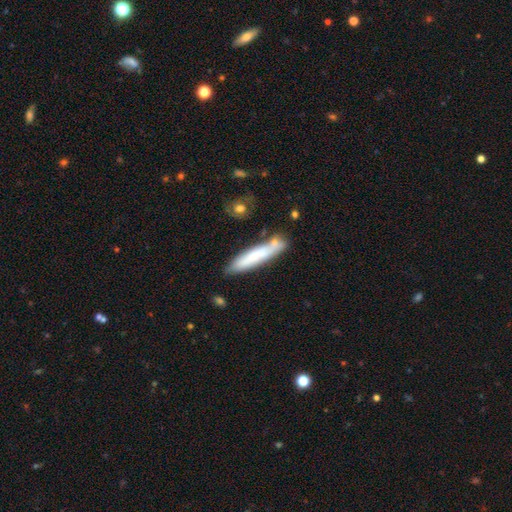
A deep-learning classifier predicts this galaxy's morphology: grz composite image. It shows a smooth galaxy with no disk features (66%) that is cigar-shaped (89%). Merging: none (72%).